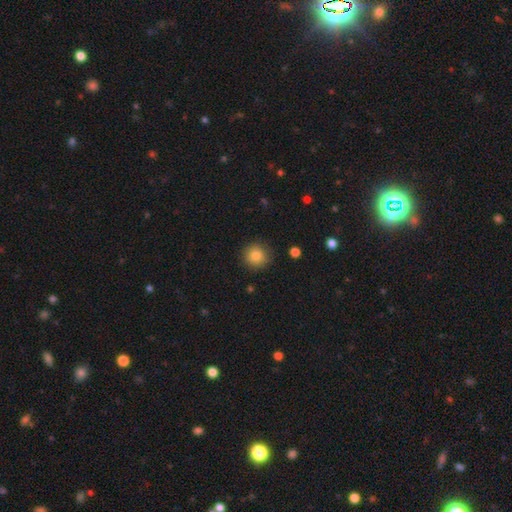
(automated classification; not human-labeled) This appears to be a smooth galaxy with no disk features (83%) that is round (93%). Merging: none (87%).